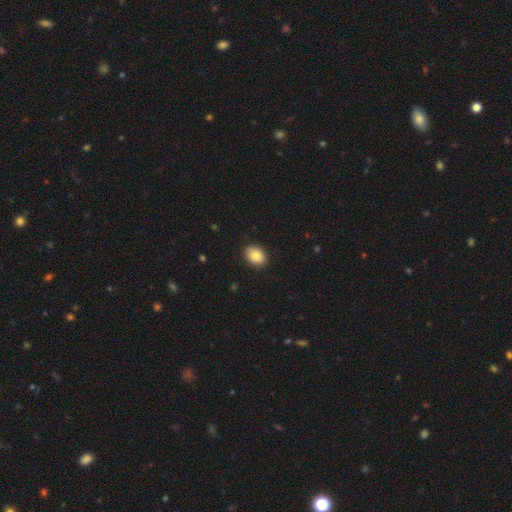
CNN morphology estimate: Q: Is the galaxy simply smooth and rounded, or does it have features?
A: smooth — 86%.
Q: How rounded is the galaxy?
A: in between — 69%.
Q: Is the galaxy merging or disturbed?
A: none — 90%.